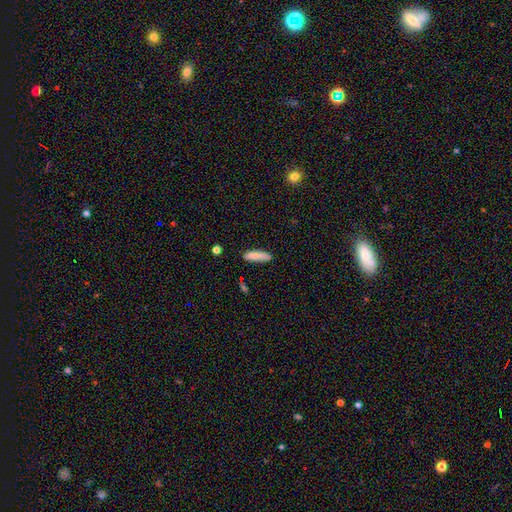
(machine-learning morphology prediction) The model was most divided on "how rounded": cigar-shaped: 59%, in between: 39%, round: 2%. More confident: smooth or featured — smooth (84%); merging — none (76%).